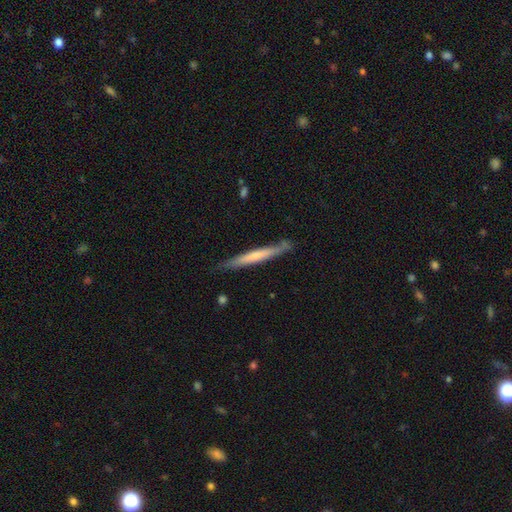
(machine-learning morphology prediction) Overall: smooth (50%; featured or disk 45%). How rounded: cigar-shaped (96%). Merging: none (79%).